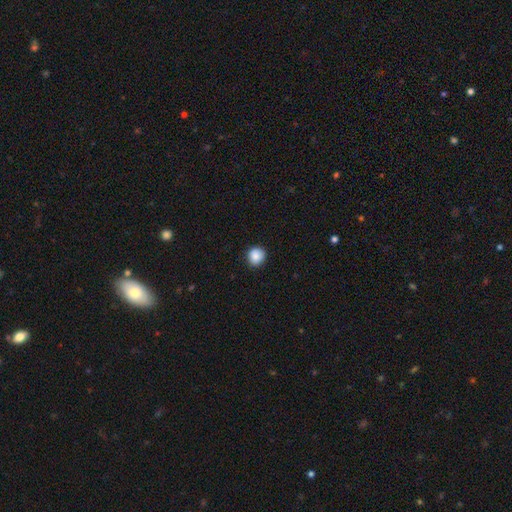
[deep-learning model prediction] This appears to be a smooth galaxy with no disk features (87%) that is round (91%). Merging: none (89%).